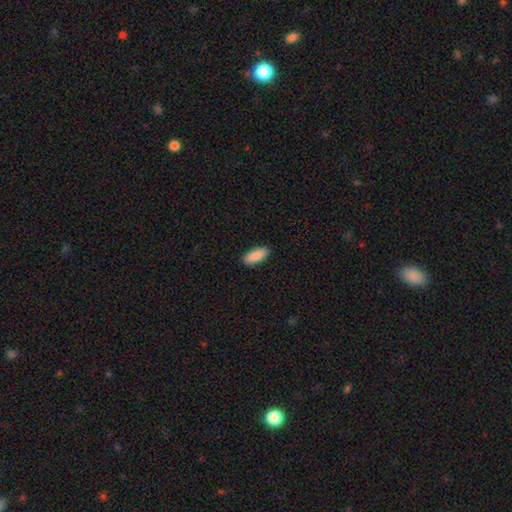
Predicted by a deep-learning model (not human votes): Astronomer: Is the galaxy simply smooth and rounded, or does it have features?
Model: smooth — 89%.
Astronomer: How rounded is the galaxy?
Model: in between — 80%.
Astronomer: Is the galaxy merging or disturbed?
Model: none — 90%.